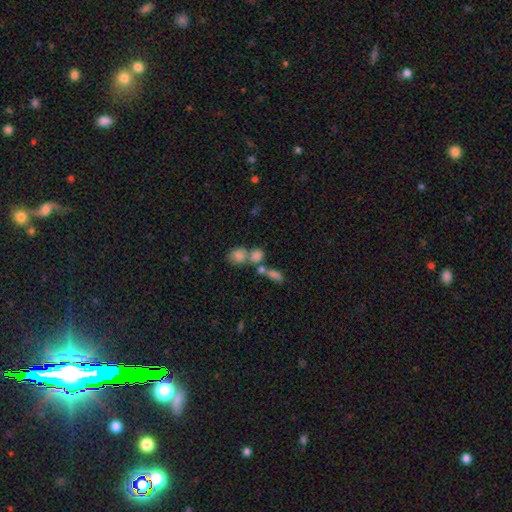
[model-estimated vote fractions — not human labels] Overall: smooth (78%). How rounded: round (54%; in between 43%). Merging: none (43%, tied with merger).